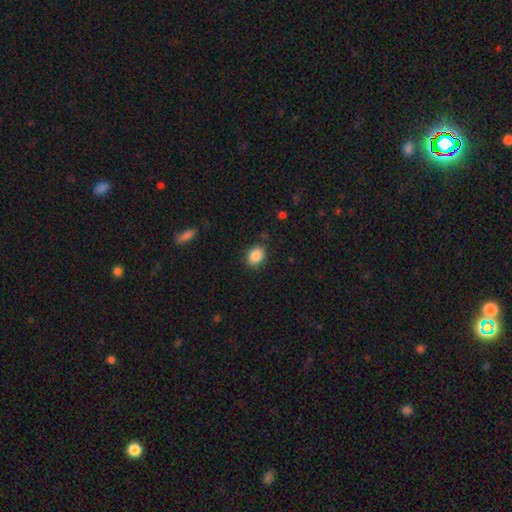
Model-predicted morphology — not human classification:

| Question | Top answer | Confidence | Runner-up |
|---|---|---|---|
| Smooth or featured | smooth | 88% | star or artifact (8%) |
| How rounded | in between | 65% | round (34%) |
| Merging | none | 85% | minor disturbance (11%) |